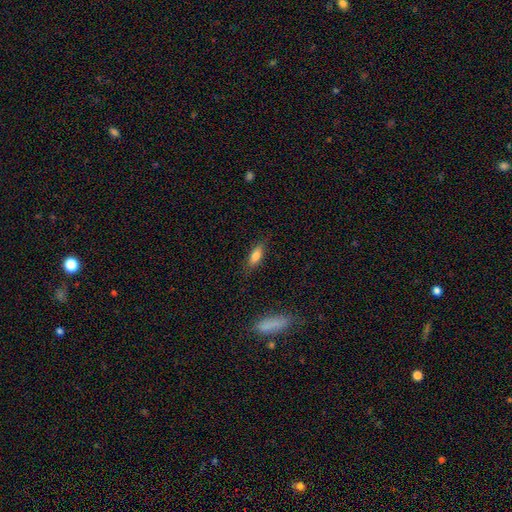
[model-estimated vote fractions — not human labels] A smooth galaxy with no disk features (77%) that is in between round and cigar-shaped (60%). Merging: none (81%).